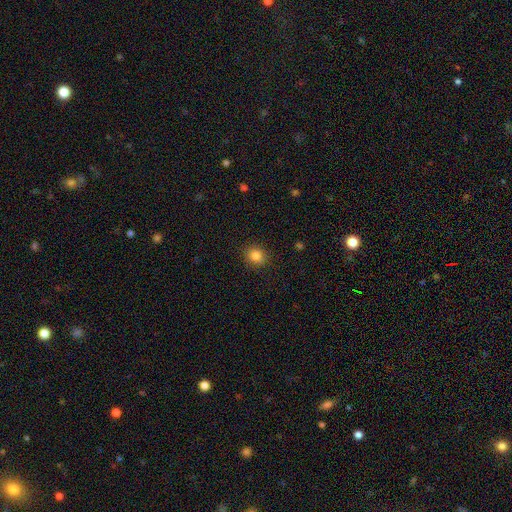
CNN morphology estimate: Smooth or featured: smooth — 84% (star or artifact — 11%)
How rounded: round — 73% (in between — 26%)
Merging: none — 89% (minor disturbance — 8%)